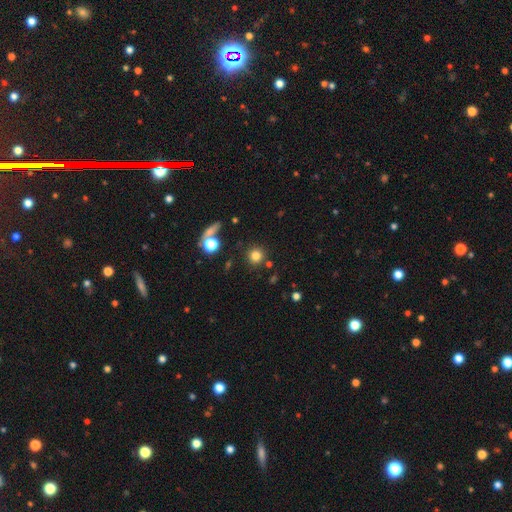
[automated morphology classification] Smooth or featured? smooth (79%)
How rounded? round (93%)
Merging? none (84%)